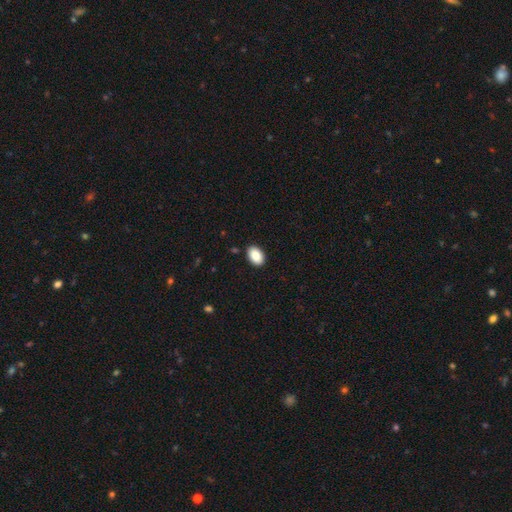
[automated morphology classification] A smooth galaxy with no disk features (89%) that is in between round and cigar-shaped (89%).

Vote fractions:
- Smooth or featured? smooth: 89% / star or artifact: 7% / featured or disk: 4%
- How rounded? in between: 89% / round: 10% / cigar-shaped: 1%
- Merging? none: 90% / minor disturbance: 7% / major disturbance: 2% / merger: 1%